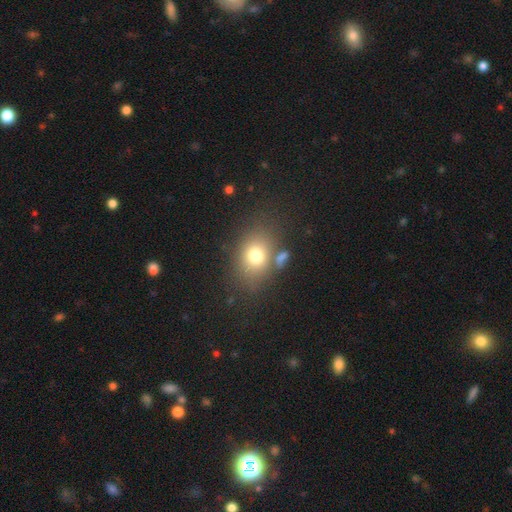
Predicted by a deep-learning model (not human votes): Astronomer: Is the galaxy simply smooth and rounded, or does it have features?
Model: smooth — 74%.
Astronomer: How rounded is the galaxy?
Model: in between — 60% (runner-up: round, 39%).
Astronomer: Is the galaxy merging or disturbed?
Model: none — 68%.